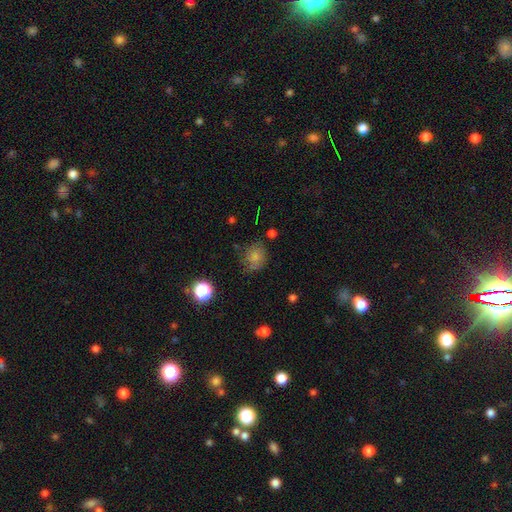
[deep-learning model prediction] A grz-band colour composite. It shows a smooth galaxy with no disk features (57%) that is round (76%). Merging: none (68%).